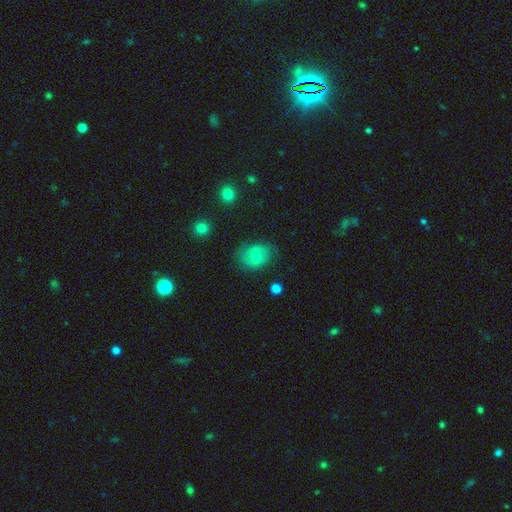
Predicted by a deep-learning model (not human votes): Smooth or featured?
  - smooth: 65% *
  - featured or disk: 26%
  - star or artifact: 9%
How rounded?
  - in between: 56% *
  - round: 43%
  - cigar-shaped: 1%
Merging?
  - none: 70% *
  - minor disturbance: 20%
  - major disturbance: 7%
  - merger: 2%